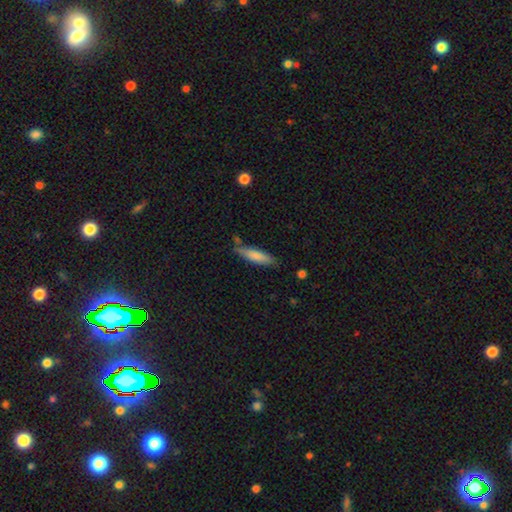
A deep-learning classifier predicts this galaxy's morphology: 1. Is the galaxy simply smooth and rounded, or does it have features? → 79% smooth, 15% featured or disk, 6% star or artifact.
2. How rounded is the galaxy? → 72% cigar-shaped, 27% in between, 1% round.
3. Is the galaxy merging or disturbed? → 75% none, 17% minor disturbance, 4% merger, 3% major disturbance.